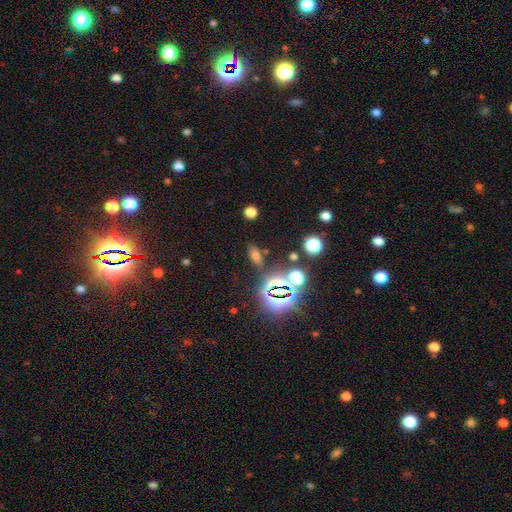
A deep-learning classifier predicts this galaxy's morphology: Q: Smooth or featured?
A: smooth (56%); runner-up: star or artifact (33%)
Q: How rounded?
A: in between (73%); runner-up: cigar-shaped (16%)
Q: Merging?
A: none (77%); runner-up: minor disturbance (12%)